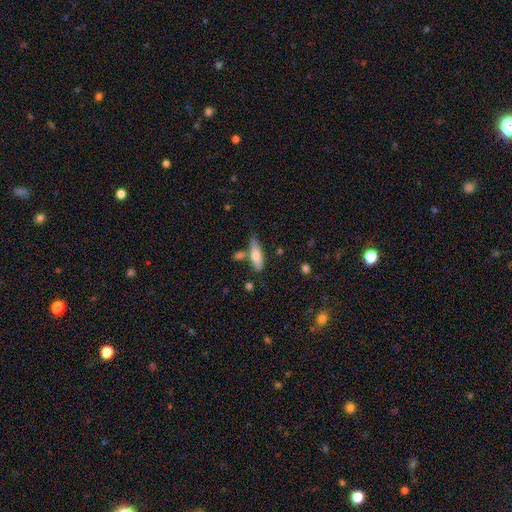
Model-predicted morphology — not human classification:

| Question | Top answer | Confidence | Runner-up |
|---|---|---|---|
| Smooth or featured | smooth | 69% | featured or disk (25%) |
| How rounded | in between | 52% | cigar-shaped (45%) |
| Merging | none | 54% | minor disturbance (22%) |